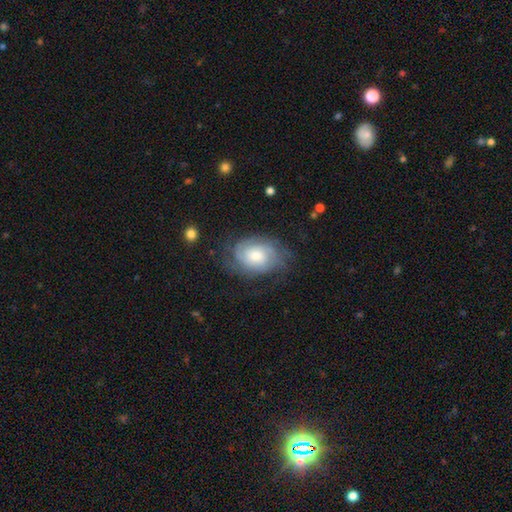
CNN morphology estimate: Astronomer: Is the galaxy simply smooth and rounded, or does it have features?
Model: featured or disk — 71%.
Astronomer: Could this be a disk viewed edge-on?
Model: no — 97%.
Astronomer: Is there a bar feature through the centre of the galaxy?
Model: no — 71%.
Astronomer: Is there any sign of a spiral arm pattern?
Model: yes — 92%.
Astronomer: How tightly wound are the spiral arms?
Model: tight — 60%.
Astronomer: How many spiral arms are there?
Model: can't tell — 40% (runner-up: 2, 28%).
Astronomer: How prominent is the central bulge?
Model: moderate — 51%.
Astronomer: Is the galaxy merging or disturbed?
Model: none — 63%.